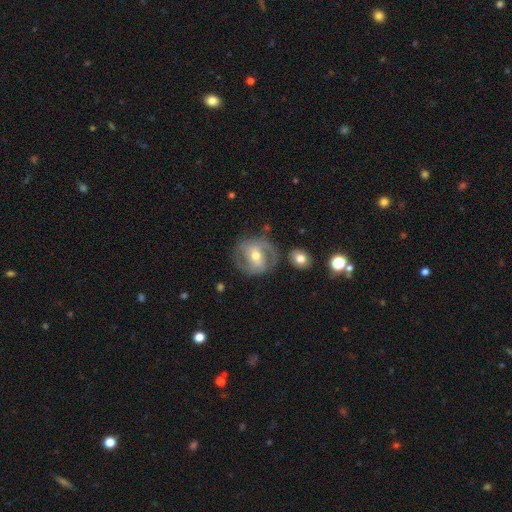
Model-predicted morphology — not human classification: Smooth or featured: featured or disk — 72% (smooth — 22%)
Edge-on disk: no — 96% (yes — 4%)
Bar: weak — 44% (no — 29%)
Spiral arms: yes — 81% (no — 19%)
Spiral winding: medium — 45% (tight — 39%)
Spiral arm count: 2 — 76% (can't tell — 13%)
Bulge size: moderate — 70% (small — 24%)
Merging: none — 69% (minor disturbance — 18%)